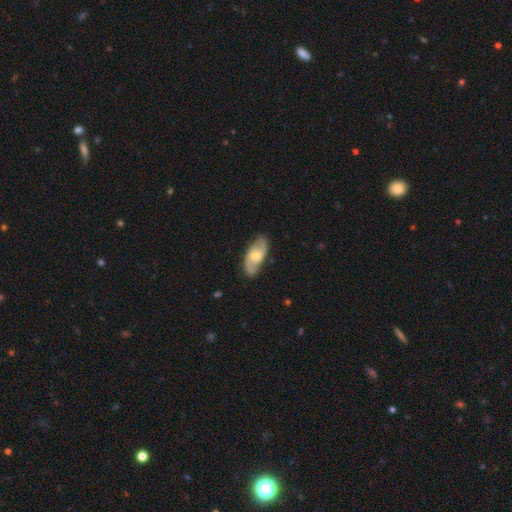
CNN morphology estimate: type=featured or disk (69%); edge-on=no (92%); bar=no (64%); spiral arms=yes (90%); winding=medium (44%); arm count=2 (86%); bulge=moderate (60%); merging=none (80%).